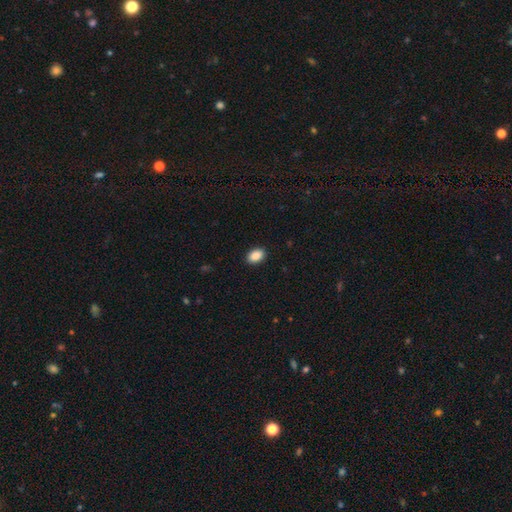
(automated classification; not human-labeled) A smooth galaxy with no disk features (89%) that is in between round and cigar-shaped (87%).

Vote fractions:
- Smooth or featured? smooth: 89% / star or artifact: 8% / featured or disk: 3%
- How rounded? in between: 87% / round: 12% / cigar-shaped: 1%
- Merging? none: 90% / minor disturbance: 7% / major disturbance: 2% / merger: 1%